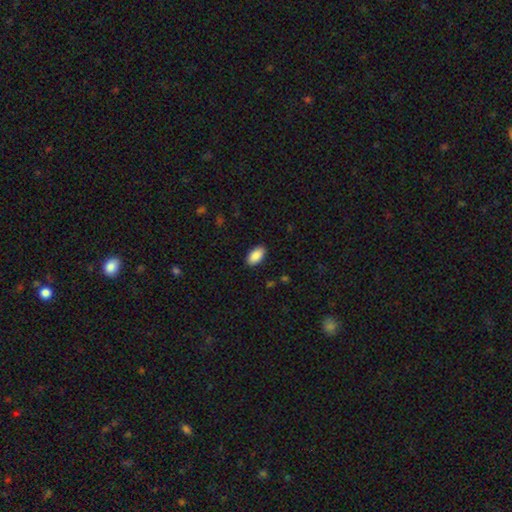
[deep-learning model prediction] smooth_or_featured: smooth (p=0.90) [alt: star or artifact p=0.06]
how_rounded: in between (p=0.95) [alt: round p=0.03]
merging: none (p=0.89) [alt: minor disturbance p=0.08]